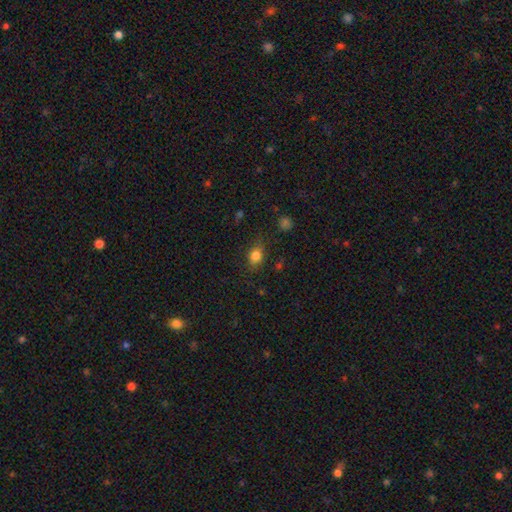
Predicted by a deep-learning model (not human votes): Smooth or featured? Predicted: smooth (p=0.81). How rounded? Predicted: in between (p=0.51). Merging? Predicted: none (p=0.75).